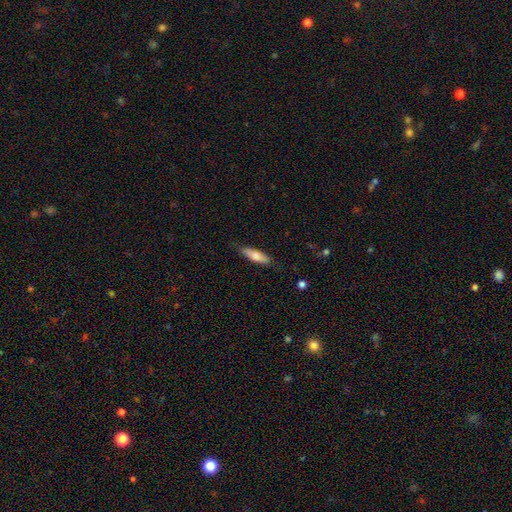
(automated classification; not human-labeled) This is likely a smooth galaxy (68%). How rounded: likely cigar-shaped (61%). Merging: clearly none (81%).